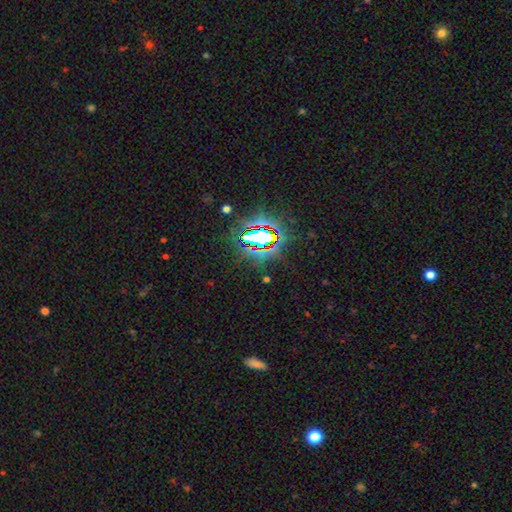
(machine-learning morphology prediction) Overall: star or artifact (82%).